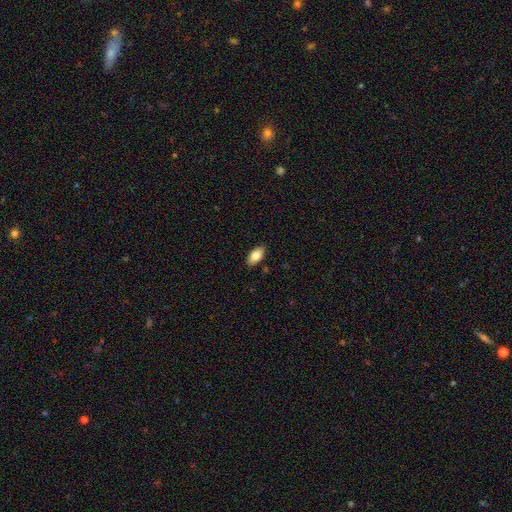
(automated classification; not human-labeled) smooth_or_featured: smooth (p=0.81) [alt: featured or disk p=0.12]
how_rounded: in between (p=0.92) [alt: cigar-shaped p=0.05]
merging: none (p=0.88) [alt: minor disturbance p=0.09]